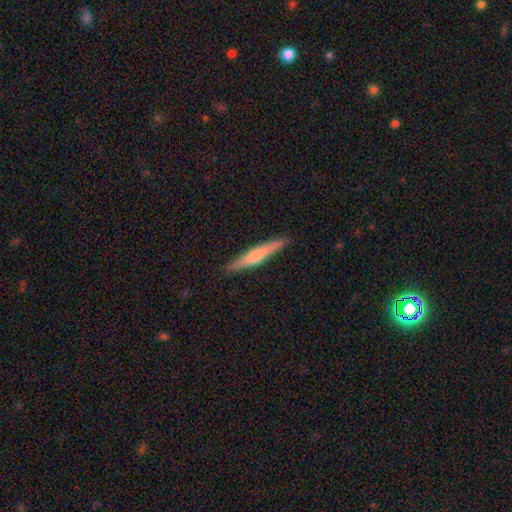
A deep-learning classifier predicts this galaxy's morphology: featured or disk 48%, smooth 47%, star or artifact 5%. Down the decision tree: merging — none (91%).